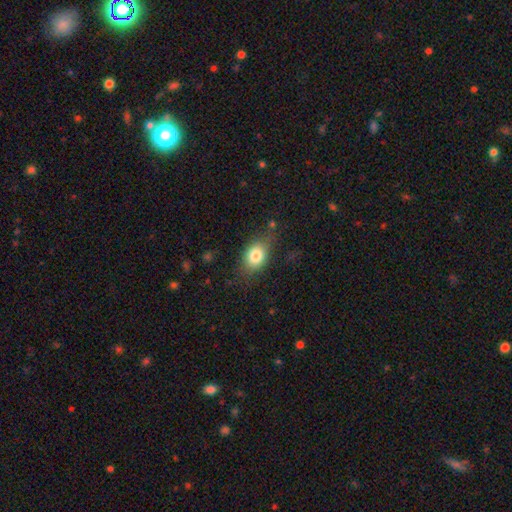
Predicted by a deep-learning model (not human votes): Smooth or featured? smooth (79%)
How rounded? in between (71%)
Merging? none (69%)